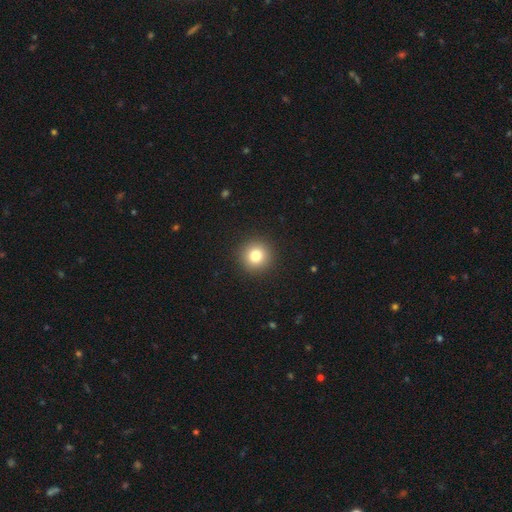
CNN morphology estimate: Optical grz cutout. It shows a smooth galaxy with no disk features (80%) that is round (95%). Merging: none (93%).